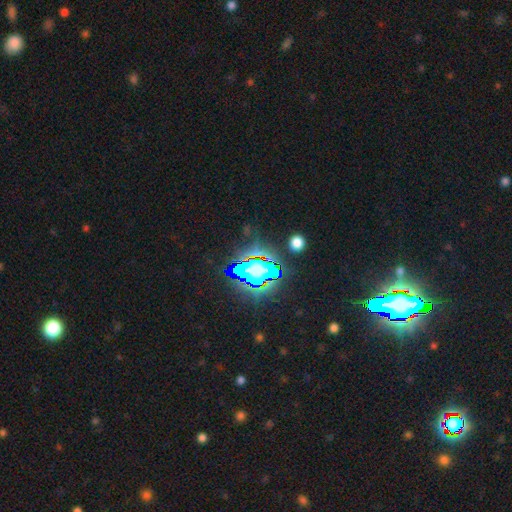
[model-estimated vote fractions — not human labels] Q: Smooth or featured?
A: star or artifact (83%); runner-up: smooth (9%)